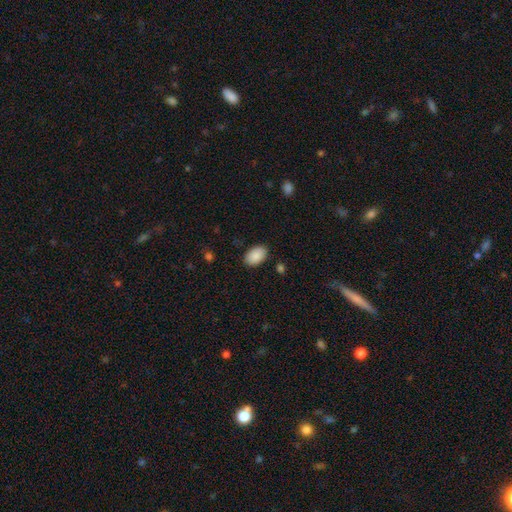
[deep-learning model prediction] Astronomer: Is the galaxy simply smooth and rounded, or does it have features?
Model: smooth — 90%.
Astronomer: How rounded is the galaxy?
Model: in between — 92%.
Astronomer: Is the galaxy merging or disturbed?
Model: none — 87%.